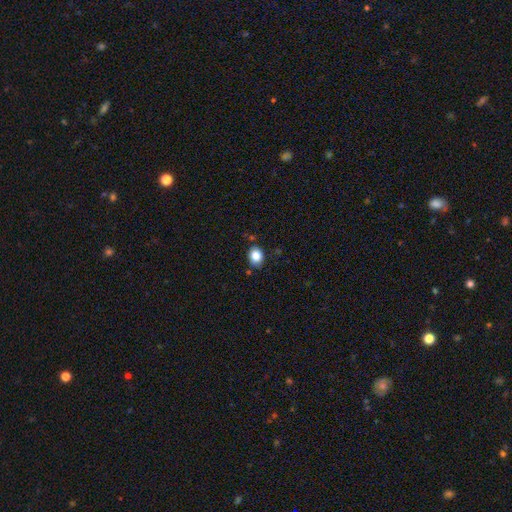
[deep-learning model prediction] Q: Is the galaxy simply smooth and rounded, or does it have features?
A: smooth — 85%.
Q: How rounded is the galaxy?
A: in between — 51%.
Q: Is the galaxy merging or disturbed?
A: none — 83%.